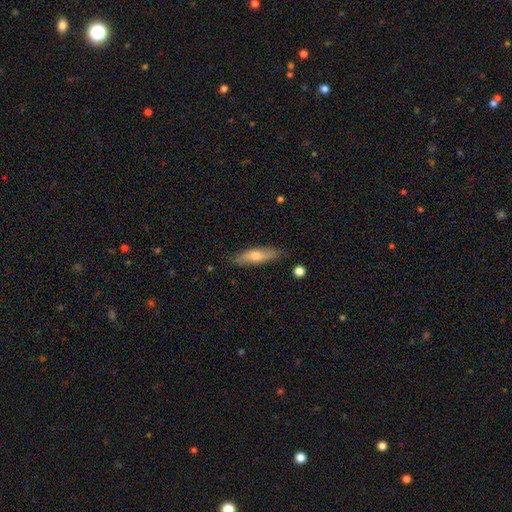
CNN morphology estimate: smooth_or_featured: smooth (p=0.59) [alt: featured or disk p=0.35]
how_rounded: cigar-shaped (p=0.61) [alt: in between p=0.36]
merging: none (p=0.84) [alt: minor disturbance p=0.12]